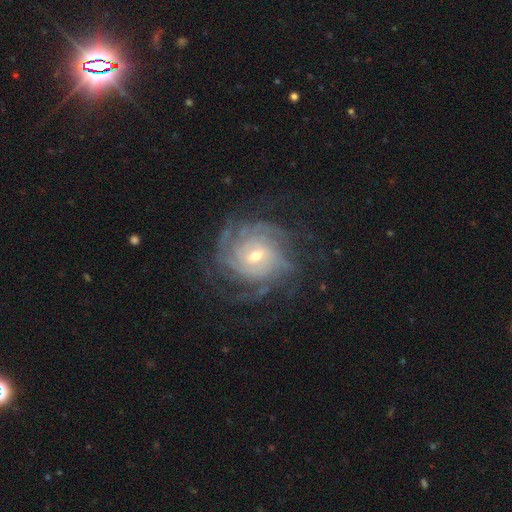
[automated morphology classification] This appears to be a featured or disk galaxy (88%) with no bar (48%), tight (74%) spiral arms (97%) and a small central bulge (56%). Merging: none (73%).